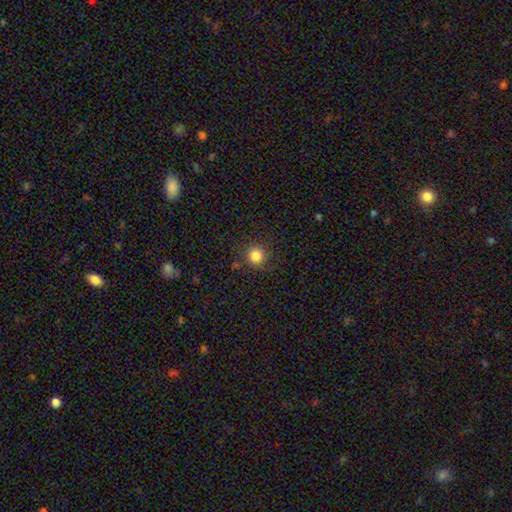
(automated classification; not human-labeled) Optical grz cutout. It shows a smooth galaxy with no disk features (83%) that is round (93%). Merging: none (85%).